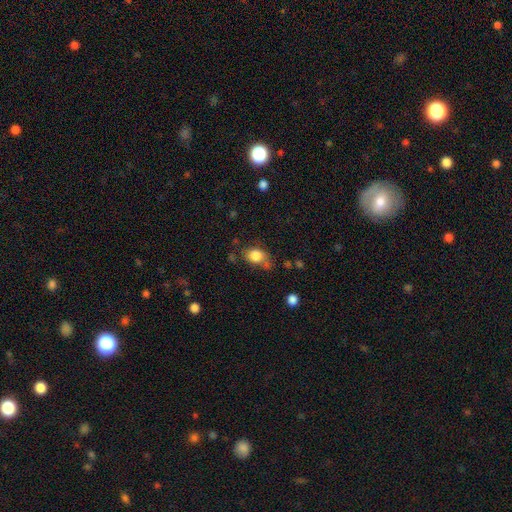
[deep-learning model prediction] The model was most divided on "how rounded": in between: 59%, round: 40%, cigar-shaped: 1%. More confident: smooth or featured — smooth (83%); merging — none (57%).